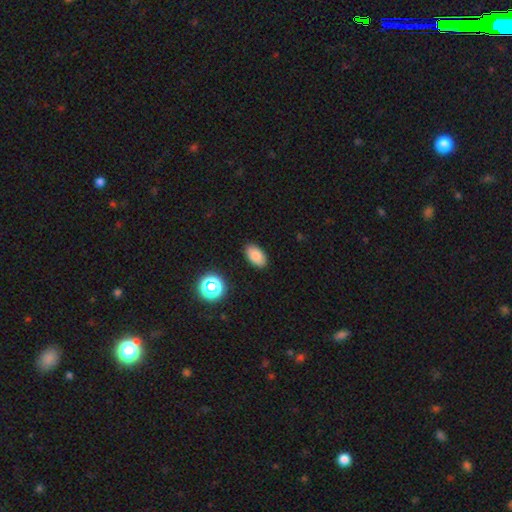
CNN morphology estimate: A smooth galaxy with no disk features (84%) that is in between round and cigar-shaped (93%). Merging: none (89%).